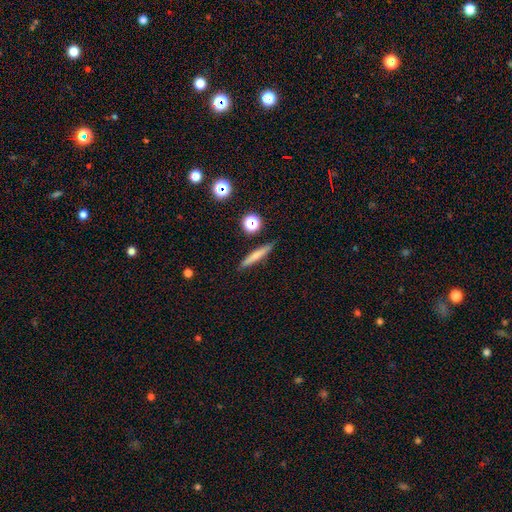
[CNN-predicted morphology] Overall: smooth (69%). How rounded: cigar-shaped (91%). Merging: none (87%).